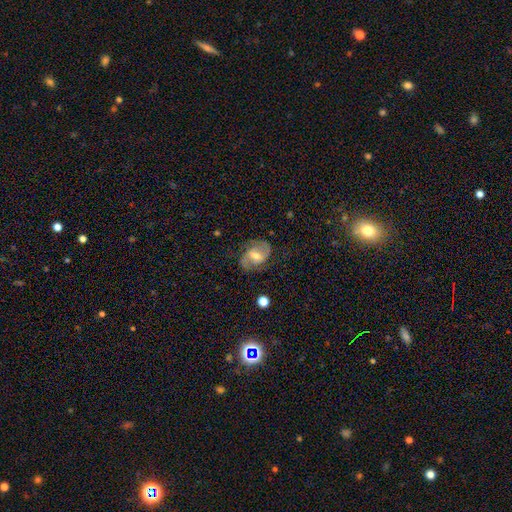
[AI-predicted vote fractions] Morphology: type=featured or disk (76%); edge-on=no (97%); bar=weak (52%); spiral arms=yes (91%); winding=medium (51%); arm count=2 (87%); bulge=moderate (59%); merging=none (72%).